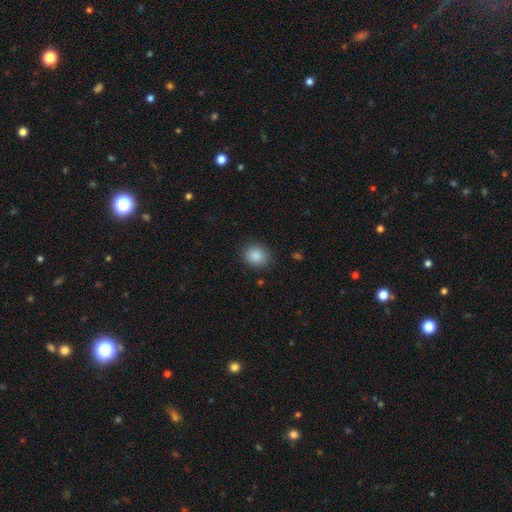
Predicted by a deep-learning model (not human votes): This is clearly a smooth galaxy (87%). How rounded: likely round (76%). Merging: clearly none (87%).